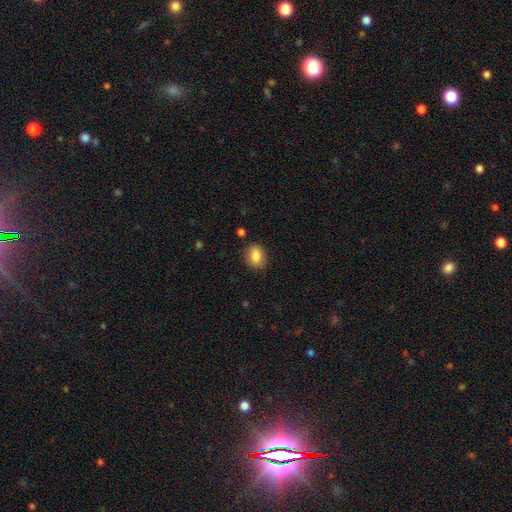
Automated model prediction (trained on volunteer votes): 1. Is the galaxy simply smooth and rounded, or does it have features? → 85% smooth, 8% star or artifact, 6% featured or disk.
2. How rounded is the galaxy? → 68% in between, 30% round, 1% cigar-shaped.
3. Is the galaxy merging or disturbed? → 86% none, 10% minor disturbance, 2% major disturbance, 2% merger.